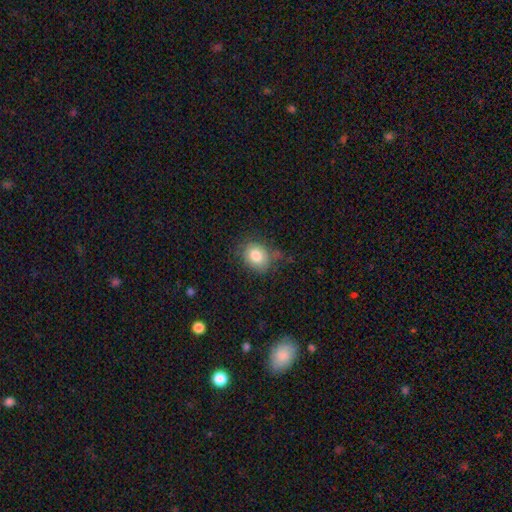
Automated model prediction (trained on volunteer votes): A smooth galaxy with no disk features (80%) that is round (52%). Merging: none (66%).